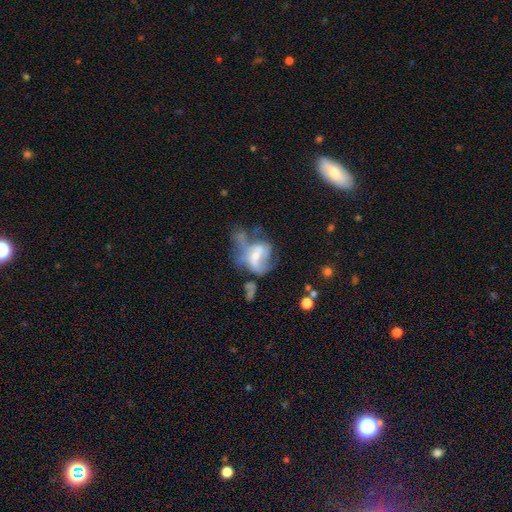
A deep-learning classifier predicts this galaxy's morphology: smooth_or_featured: featured or disk (p=0.62) [alt: smooth p=0.27]
disk_edge_on: no (p=0.96) [alt: yes p=0.04]
bar: no (p=0.56) [alt: weak p=0.32]
has_spiral_arms: no (p=0.54) [alt: yes p=0.46]
bulge_size: small (p=0.44) [alt: moderate p=0.41]
merging: major disturbance (p=0.43) [alt: none p=0.22]